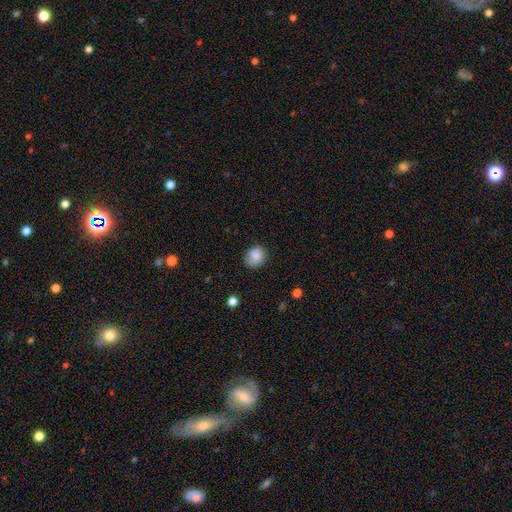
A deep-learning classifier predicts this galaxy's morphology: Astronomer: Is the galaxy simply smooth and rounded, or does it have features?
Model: smooth — 83%.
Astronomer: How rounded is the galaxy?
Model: round — 62% (runner-up: in between, 37%).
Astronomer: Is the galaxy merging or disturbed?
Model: none — 71%.